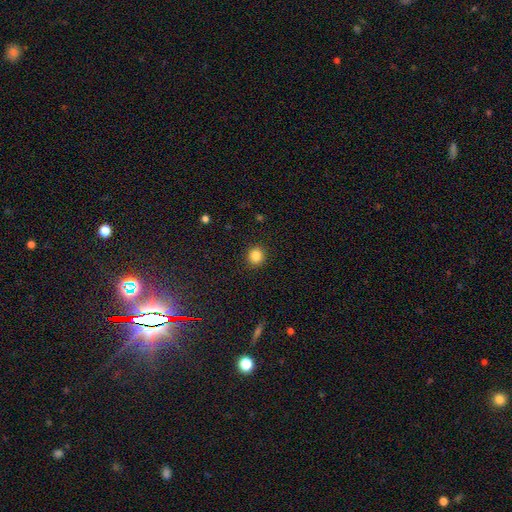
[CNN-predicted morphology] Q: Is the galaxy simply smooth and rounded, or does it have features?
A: smooth — 85%.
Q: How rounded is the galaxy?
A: round — 88%.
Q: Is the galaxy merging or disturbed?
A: none — 91%.